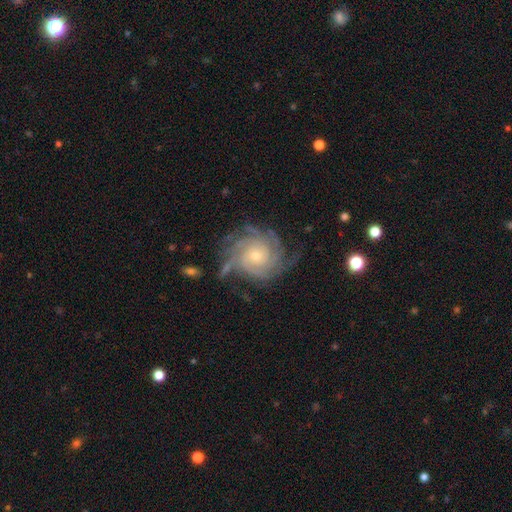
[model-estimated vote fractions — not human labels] Smooth or featured: featured or disk — 88% (smooth — 6%)
Edge-on disk: no — 98% (yes — 2%)
Bar: no — 76% (weak — 20%)
Spiral arms: yes — 98% (no — 2%)
Spiral winding: tight — 71% (medium — 24%)
Spiral arm count: 4 — 34% (can't tell — 19%)
Bulge size: small — 61% (moderate — 34%)
Merging: none — 70% (minor disturbance — 18%)